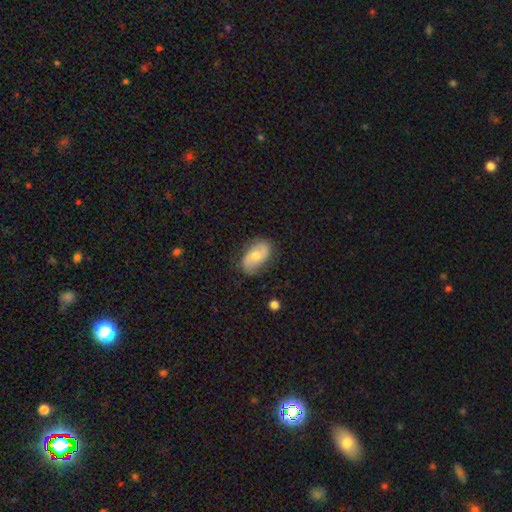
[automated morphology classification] type=featured or disk (52%); edge-on=no (95%); merging=none (75%).